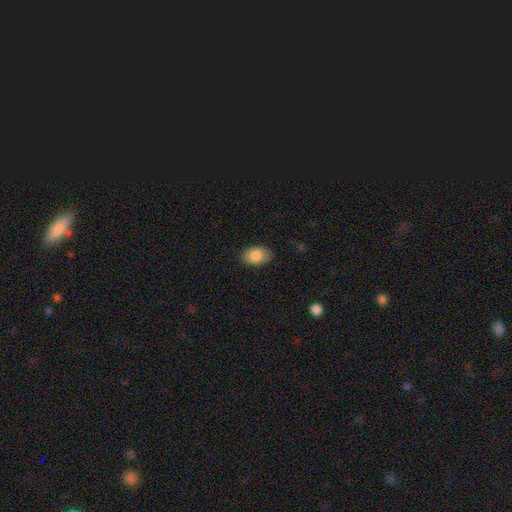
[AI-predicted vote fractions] A smooth galaxy with no disk features (84%) that is in between round and cigar-shaped (87%).

Vote fractions:
- Smooth or featured? smooth: 84% / featured or disk: 9% / star or artifact: 7%
- How rounded? in between: 87% / round: 12% / cigar-shaped: 1%
- Merging? none: 84% / minor disturbance: 13% / major disturbance: 3% / merger: 1%